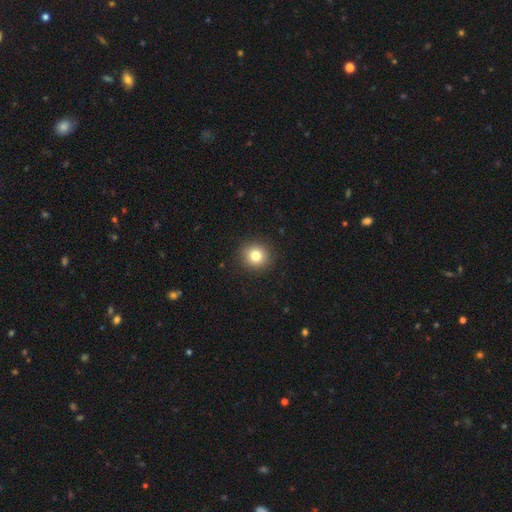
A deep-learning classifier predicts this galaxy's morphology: Smooth or featured?
  - smooth: 81% *
  - star or artifact: 11%
  - featured or disk: 8%
How rounded?
  - round: 91% *
  - in between: 8%
  - cigar-shaped: 1%
Merging?
  - none: 91% *
  - minor disturbance: 6%
  - major disturbance: 2%
  - merger: 1%